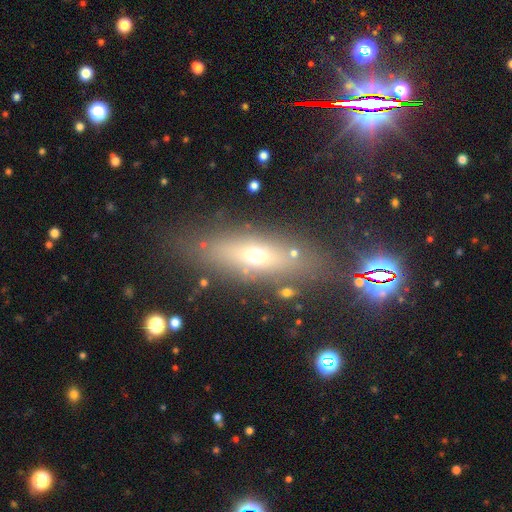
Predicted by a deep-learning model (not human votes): This appears to be a smooth galaxy with no disk features (47%). Merging: none (78%).